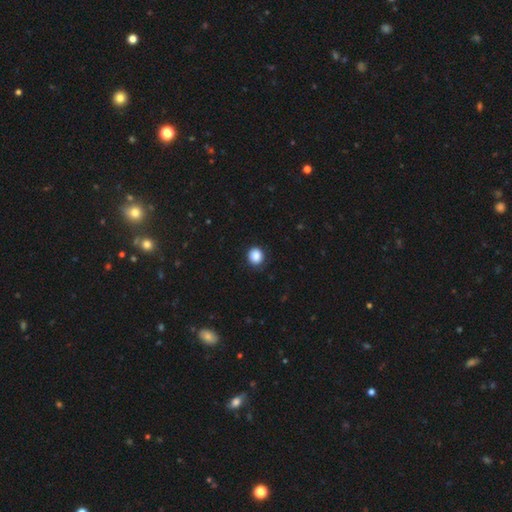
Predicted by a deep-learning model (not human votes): smooth-or-featured: smooth: 88% | star or artifact: 9% | featured or disk: 3%
  how-rounded: round: 81% | in between: 18% | cigar-shaped: 1%
  merging: none: 86% | minor disturbance: 11% | major disturbance: 3% | merger: 1%